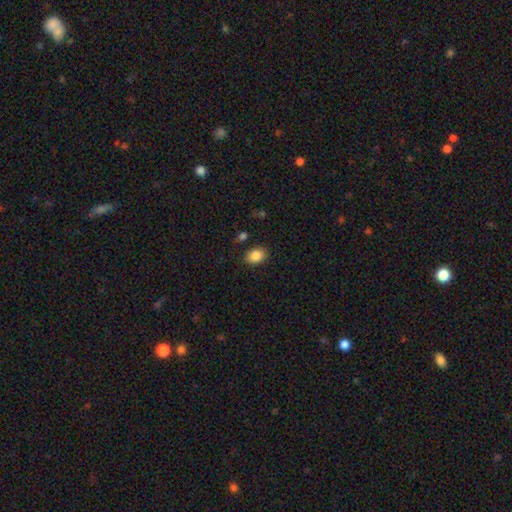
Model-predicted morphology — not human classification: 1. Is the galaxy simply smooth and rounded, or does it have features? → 86% smooth, 8% star or artifact, 5% featured or disk.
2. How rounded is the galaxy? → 72% in between, 27% round, 1% cigar-shaped.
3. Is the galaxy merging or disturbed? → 84% none, 11% minor disturbance, 3% major disturbance, 3% merger.